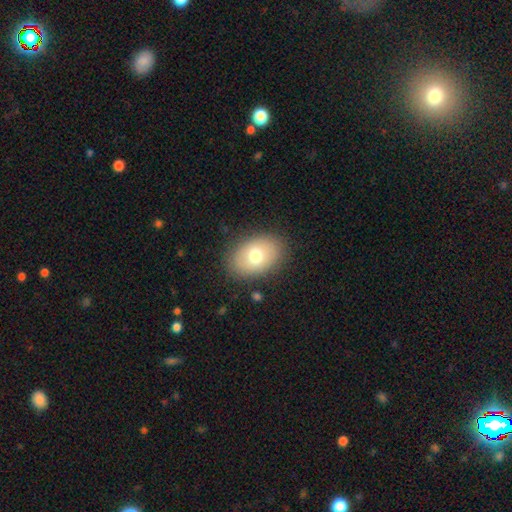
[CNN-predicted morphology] smooth-or-featured: smooth: 72% | featured or disk: 20% | star or artifact: 8%
  how-rounded: in between: 83% | round: 16% | cigar-shaped: 1%
  merging: none: 85% | minor disturbance: 10% | major disturbance: 3% | merger: 1%